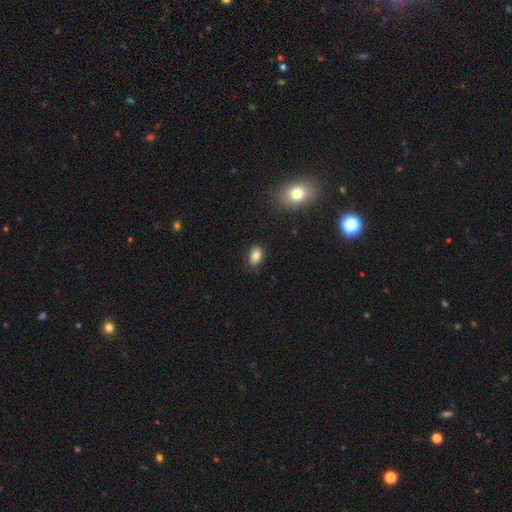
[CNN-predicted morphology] Q: Smooth or featured?
A: smooth (84%); runner-up: star or artifact (9%)
Q: How rounded?
A: in between (79%); runner-up: round (20%)
Q: Merging?
A: none (87%); runner-up: minor disturbance (10%)